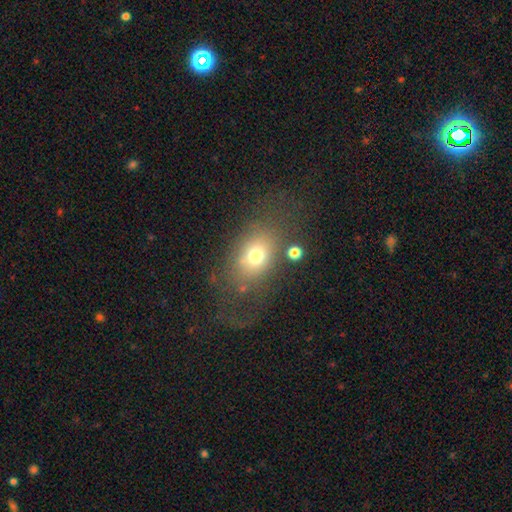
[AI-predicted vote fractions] Overall: smooth (69%). How rounded: in between (68%; round 30%). Merging: none (63%).